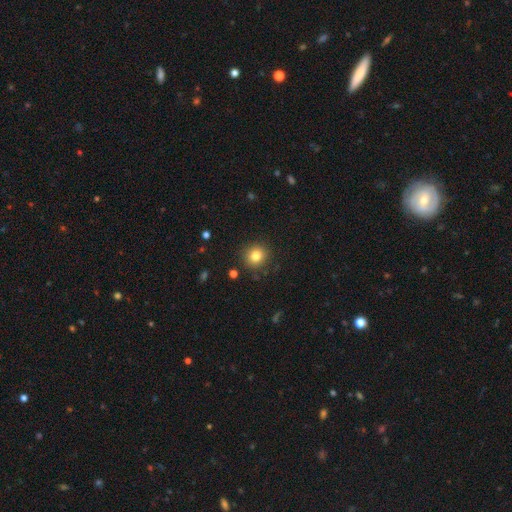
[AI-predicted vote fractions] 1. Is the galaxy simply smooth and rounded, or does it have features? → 81% smooth, 12% star or artifact, 7% featured or disk.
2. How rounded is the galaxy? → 89% round, 10% in between, 1% cigar-shaped.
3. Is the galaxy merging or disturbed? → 89% none, 7% minor disturbance, 2% major disturbance, 1% merger.